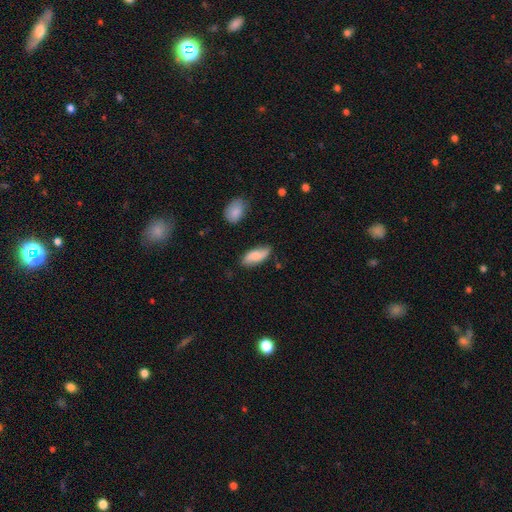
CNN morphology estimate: This appears to be a smooth galaxy with no disk features (74%) that is in between round and cigar-shaped (84%). Merging: none (73%).